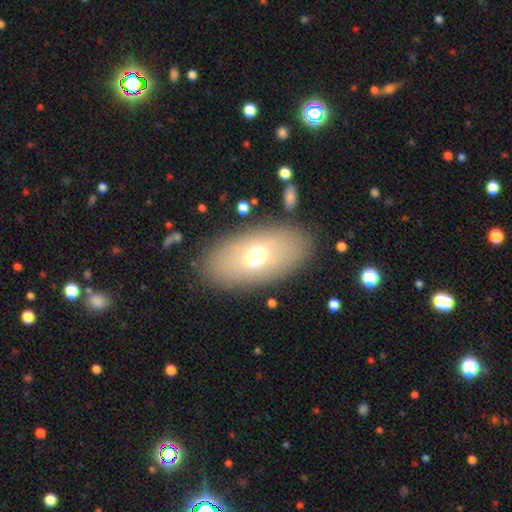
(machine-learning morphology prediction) This is possibly a smooth galaxy (60%). How rounded: clearly in between (90%). Merging: clearly none (82%).